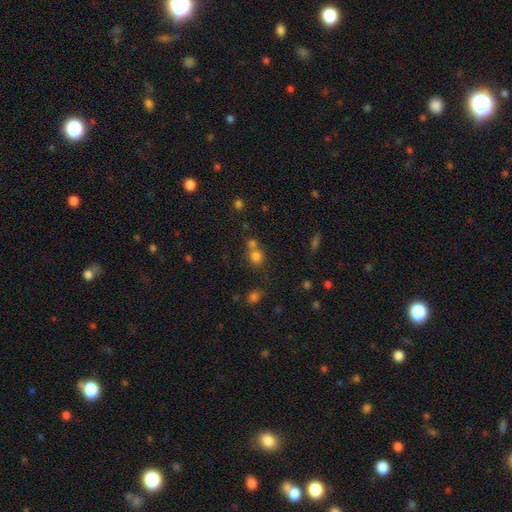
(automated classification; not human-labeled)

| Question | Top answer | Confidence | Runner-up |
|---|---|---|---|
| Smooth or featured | smooth | 73% | star or artifact (19%) |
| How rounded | round | 79% | in between (19%) |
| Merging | none | 50% | merger (38%) |